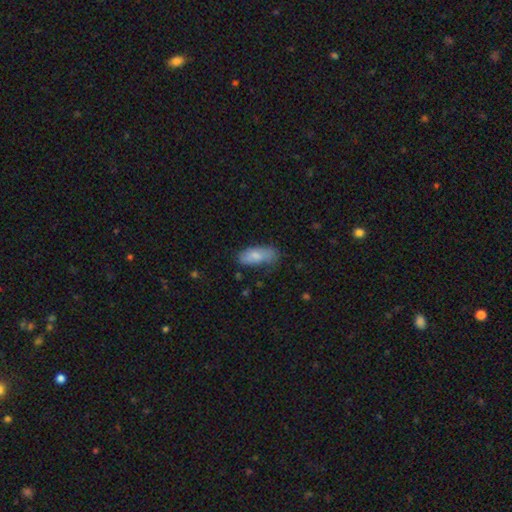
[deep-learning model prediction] Q: Smooth or featured?
A: smooth (79%); runner-up: featured or disk (14%)
Q: How rounded?
A: in between (83%); runner-up: cigar-shaped (15%)
Q: Merging?
A: none (56%); runner-up: minor disturbance (31%)